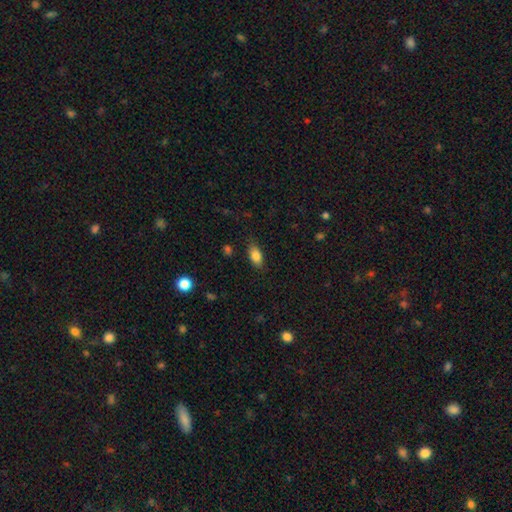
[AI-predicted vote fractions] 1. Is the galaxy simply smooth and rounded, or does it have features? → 84% smooth, 8% star or artifact, 8% featured or disk.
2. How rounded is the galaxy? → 87% in between, 8% cigar-shaped, 5% round.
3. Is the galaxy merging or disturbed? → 81% none, 14% minor disturbance, 4% major disturbance, 1% merger.